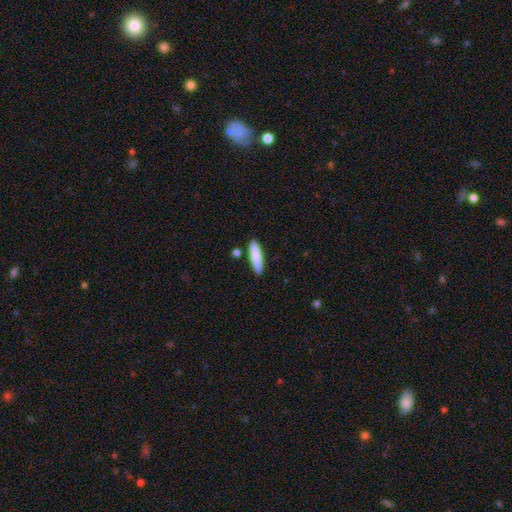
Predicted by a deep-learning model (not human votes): Morphology: type=smooth (85%); roundness=cigar-shaped (77%); merging=none (85%).